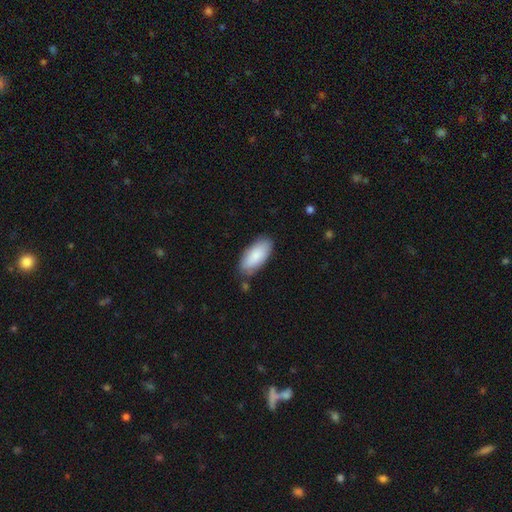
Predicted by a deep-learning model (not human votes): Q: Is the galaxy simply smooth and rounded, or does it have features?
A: smooth — 86%.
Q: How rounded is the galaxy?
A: in between — 88%.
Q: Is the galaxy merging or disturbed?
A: none — 80%.